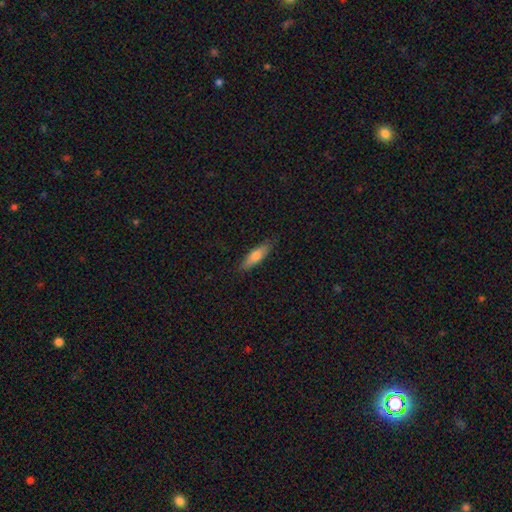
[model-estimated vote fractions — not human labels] smooth-or-featured: smooth: 72% | featured or disk: 22% | star or artifact: 6%
  how-rounded: cigar-shaped: 57% | in between: 41% | round: 2%
  merging: none: 85% | minor disturbance: 12% | major disturbance: 2% | merger: 1%